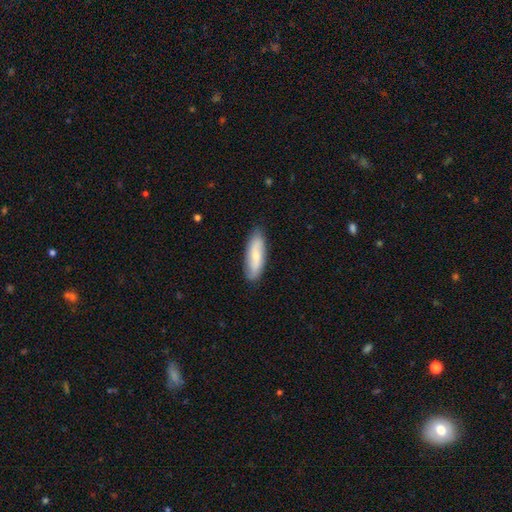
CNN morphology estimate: This appears to be a smooth galaxy with no disk features (62%) that is in between round and cigar-shaped (55%). Merging: none (84%).